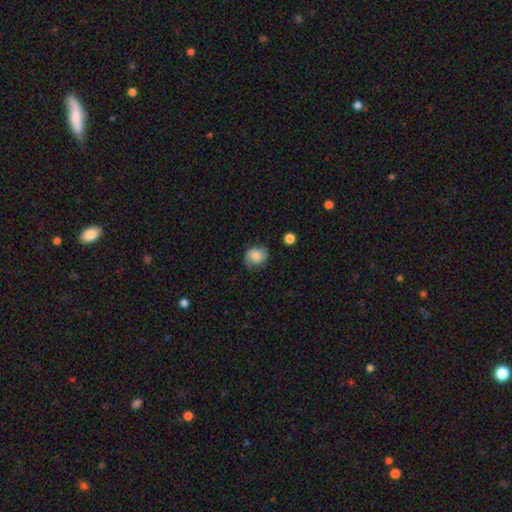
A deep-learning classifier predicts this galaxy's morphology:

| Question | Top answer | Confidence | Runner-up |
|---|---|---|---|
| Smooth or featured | smooth | 64% | featured or disk (27%) |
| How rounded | round | 69% | in between (30%) |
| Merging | none | 65% | minor disturbance (25%) |